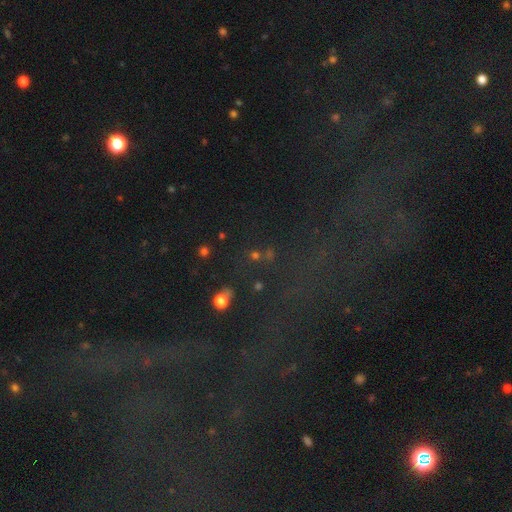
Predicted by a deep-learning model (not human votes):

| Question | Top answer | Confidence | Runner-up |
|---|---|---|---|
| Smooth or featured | star or artifact | 51% | smooth (38%) |